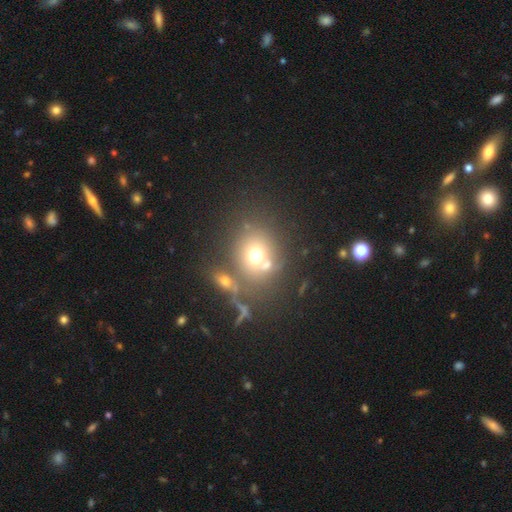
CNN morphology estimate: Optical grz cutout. It shows a smooth galaxy with no disk features (65%) that is round (71%). Merging: none (55%).